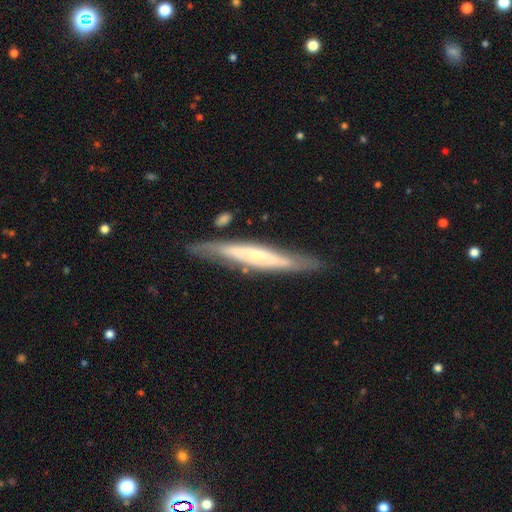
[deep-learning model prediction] Overall: featured or disk (66%; smooth 28%). Edge-on disk: yes (82%). Edge-on bulge: rounded (47%; none 41%). Merging: none (80%).